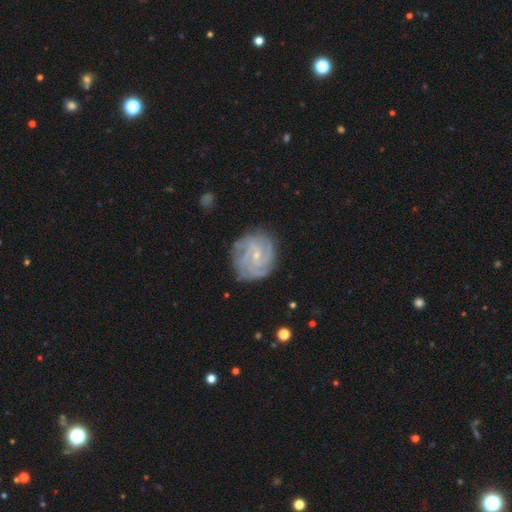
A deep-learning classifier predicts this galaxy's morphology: Smooth or featured: featured or disk — 86% (smooth — 8%)
Edge-on disk: no — 98% (yes — 2%)
Bar: no — 50% (weak — 40%)
Spiral arms: yes — 97% (no — 3%)
Spiral winding: tight — 65% (medium — 30%)
Spiral arm count: 4 — 28% (3 — 25%)
Bulge size: small — 77% (moderate — 18%)
Merging: none — 79% (minor disturbance — 15%)